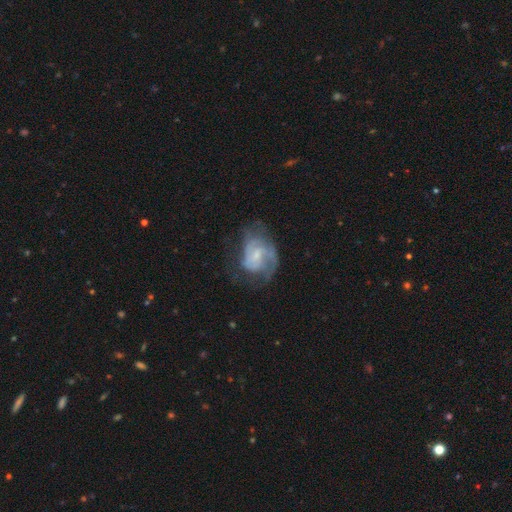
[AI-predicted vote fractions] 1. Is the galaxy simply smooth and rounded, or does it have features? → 76% featured or disk, 18% smooth, 7% star or artifact.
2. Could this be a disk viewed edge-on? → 98% no, 2% yes.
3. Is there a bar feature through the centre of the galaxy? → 47% weak, 45% no, 8% strong.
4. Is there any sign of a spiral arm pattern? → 87% yes, 13% no.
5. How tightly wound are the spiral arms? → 46% medium, 32% tight, 22% loose.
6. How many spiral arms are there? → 42% 2, 27% can't tell, 13% 3, 12% 1, 3% 4, 3% more than 4.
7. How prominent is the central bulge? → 55% small, 28% moderate, 14% none, 2% large, 1% dominant.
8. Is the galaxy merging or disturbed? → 47% none, 27% major disturbance, 24% minor disturbance, 2% merger.